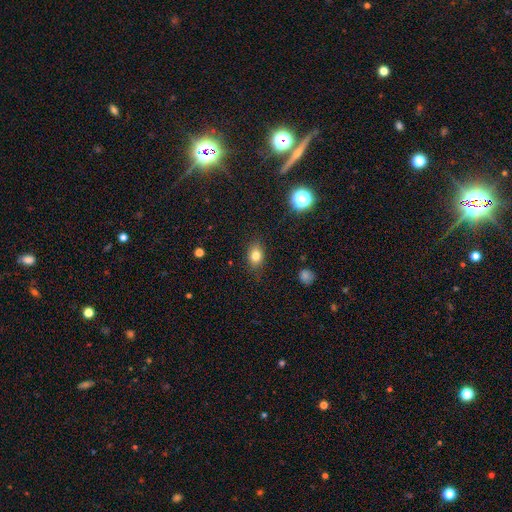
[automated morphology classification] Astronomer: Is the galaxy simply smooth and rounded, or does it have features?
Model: smooth — 79%.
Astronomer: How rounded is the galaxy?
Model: in between — 71%.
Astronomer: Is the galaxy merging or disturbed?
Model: none — 82%.